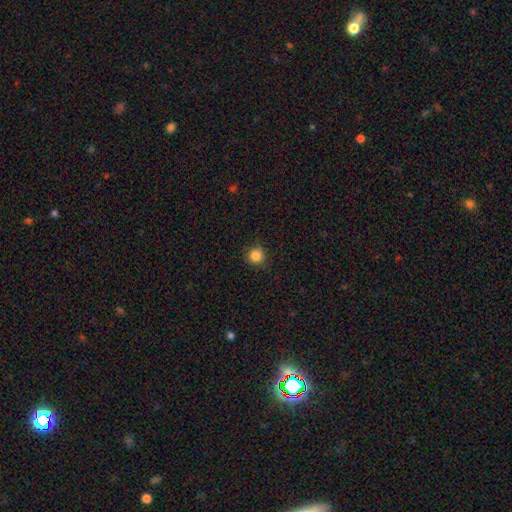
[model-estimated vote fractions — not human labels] Smooth or featured: smooth — 85% (star or artifact — 11%)
How rounded: round — 94% (in between — 5%)
Merging: none — 88% (minor disturbance — 9%)